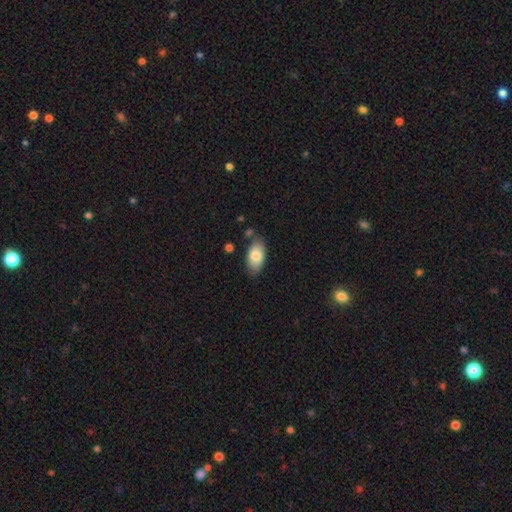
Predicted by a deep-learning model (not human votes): This is clearly a smooth galaxy (81%). How rounded: clearly in between (93%). Merging: likely none (76%).